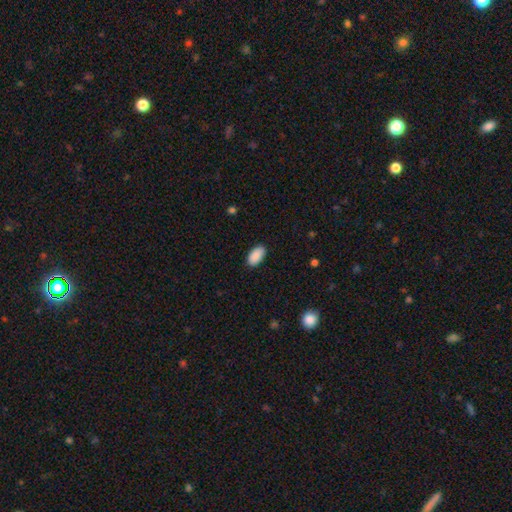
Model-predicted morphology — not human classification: Smooth or featured? Predicted: smooth (p=0.91). How rounded? Predicted: in between (p=0.95). Merging? Predicted: none (p=0.89).